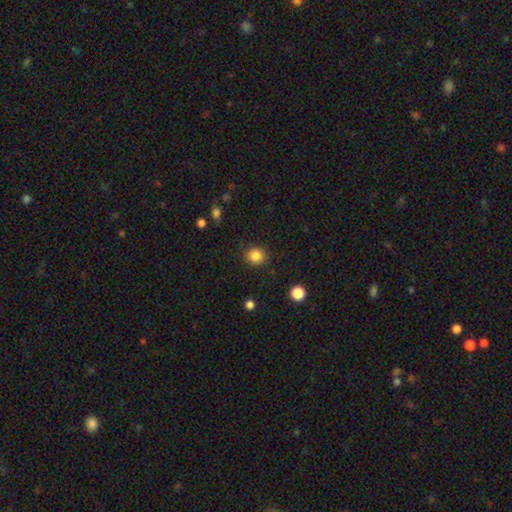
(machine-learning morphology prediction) A smooth galaxy with no disk features (85%) that is round (86%).

Vote fractions:
- Smooth or featured? smooth: 85% / star or artifact: 11% / featured or disk: 4%
- How rounded? round: 86% / in between: 13% / cigar-shaped: 1%
- Merging? none: 87% / minor disturbance: 9% / major disturbance: 3% / merger: 1%